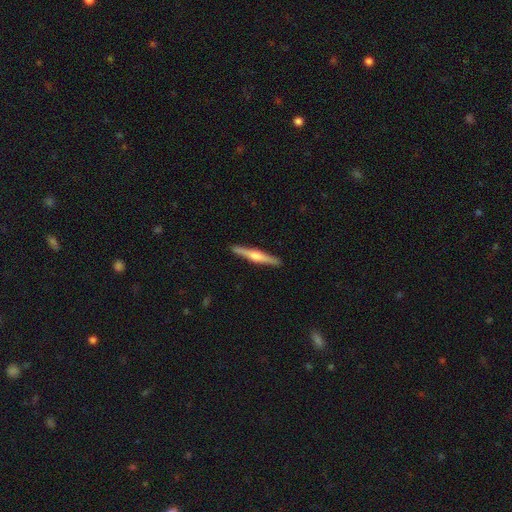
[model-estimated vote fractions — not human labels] Smooth or featured: featured or disk — 70% (smooth — 25%)
Edge-on disk: yes — 98% (no — 2%)
Edge-on bulge: rounded — 87% (boxy — 8%)
Merging: none — 92% (minor disturbance — 6%)